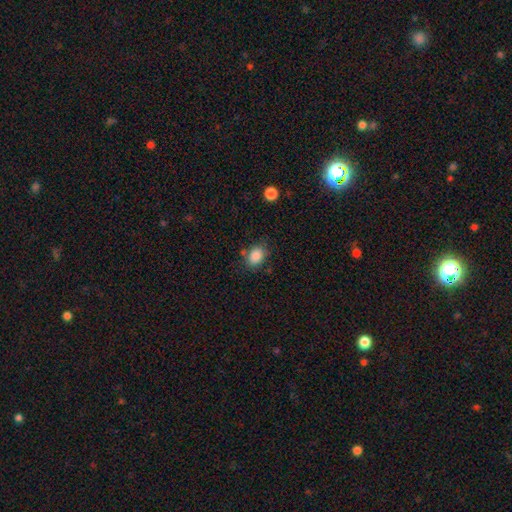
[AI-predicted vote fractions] Smooth or featured? smooth (86%)
How rounded? in between (67%)
Merging? none (71%)